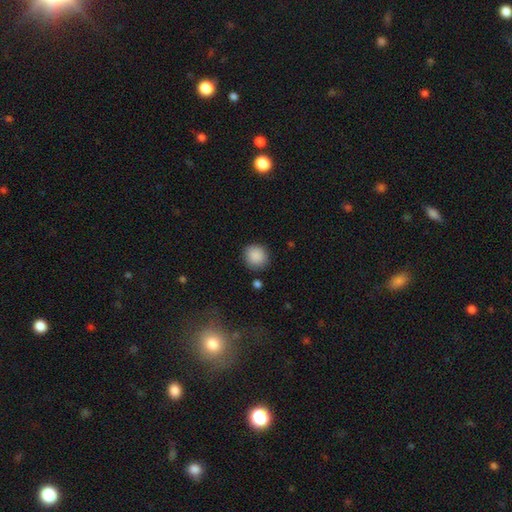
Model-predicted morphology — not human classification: This is clearly a smooth galaxy (89%). How rounded: clearly round (88%). Merging: clearly none (86%).